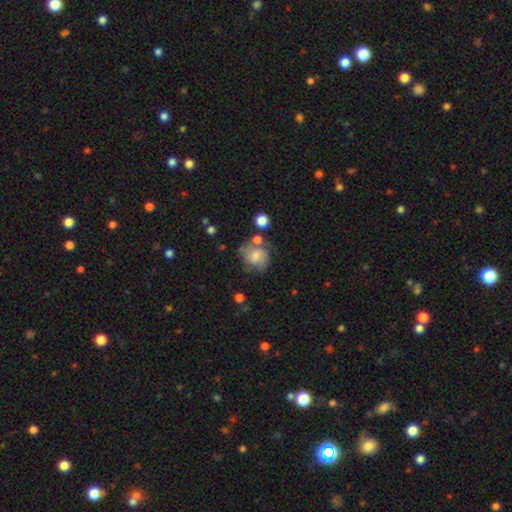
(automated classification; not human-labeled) A smooth galaxy with no disk features (52%) that is round (71%).

Vote fractions:
- Smooth or featured? smooth: 52% / featured or disk: 39% / star or artifact: 9%
- How rounded? round: 71% / in between: 28% / cigar-shaped: 1%
- Merging? none: 47% / minor disturbance: 25% / merger: 14% / major disturbance: 14%